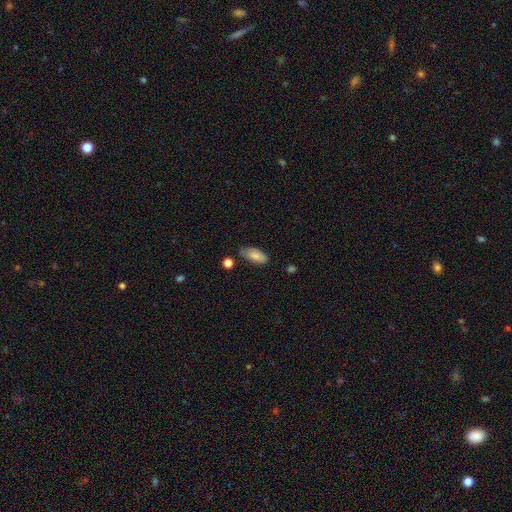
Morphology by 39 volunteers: smooth-or-featured: smooth: 74% | featured or disk: 18% | star or artifact: 8%
  how-rounded: in between: 97% | cigar-shaped: 3% | round: 0%
  merging: none: 64% | minor disturbance: 28% | major disturbance: 8% | merger: 0%